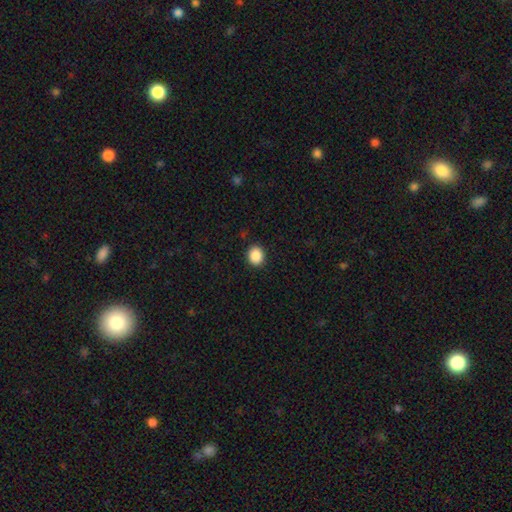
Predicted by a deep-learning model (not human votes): smooth-or-featured: smooth: 88% | star or artifact: 8% | featured or disk: 3%
  how-rounded: round: 64% | in between: 36% | cigar-shaped: 1%
  merging: none: 90% | minor disturbance: 7% | major disturbance: 2% | merger: 1%